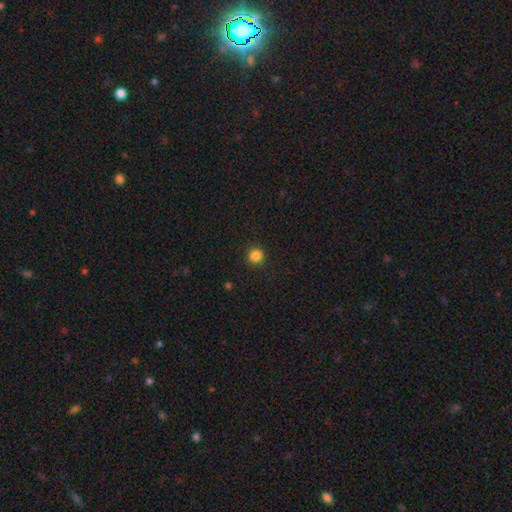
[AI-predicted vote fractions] This appears to be a smooth galaxy with no disk features (85%) that is round (94%). Merging: none (92%).